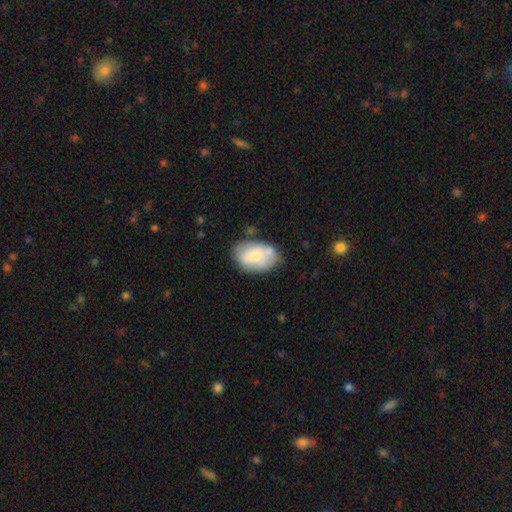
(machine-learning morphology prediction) Smooth or featured? Predicted: smooth (p=0.60). How rounded? Predicted: in between (p=0.85). Merging? Predicted: none (p=0.57).